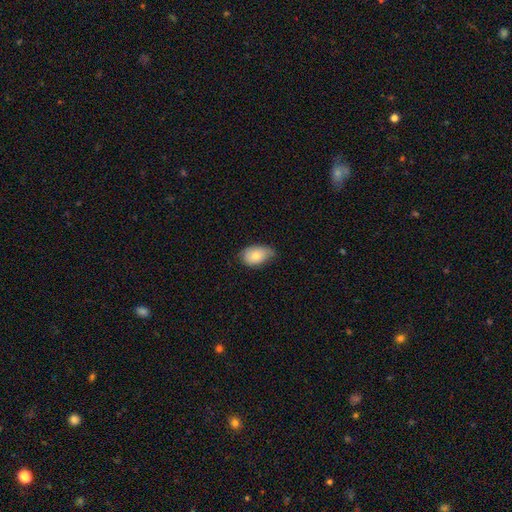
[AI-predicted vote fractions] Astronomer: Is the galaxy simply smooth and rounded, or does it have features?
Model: smooth — 76%.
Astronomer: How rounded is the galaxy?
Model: in between — 87%.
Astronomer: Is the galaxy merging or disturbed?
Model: none — 54% (runner-up: minor disturbance, 38%).